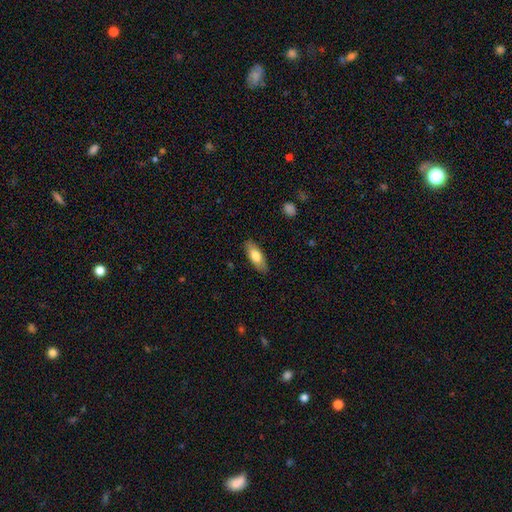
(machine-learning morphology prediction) type=smooth (72%); roundness=in between (74%); merging=none (86%).